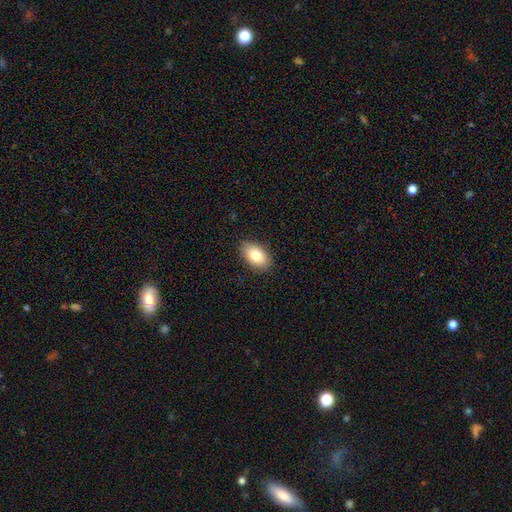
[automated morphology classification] This appears to be a smooth galaxy with no disk features (80%) that is in between round and cigar-shaped (93%). Merging: none (87%).